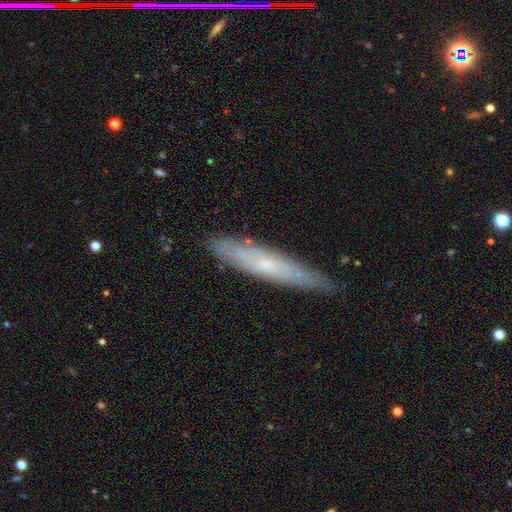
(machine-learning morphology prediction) This appears to be a featured or disk galaxy (55%) viewed edge-on (70%). Merging: none (82%).